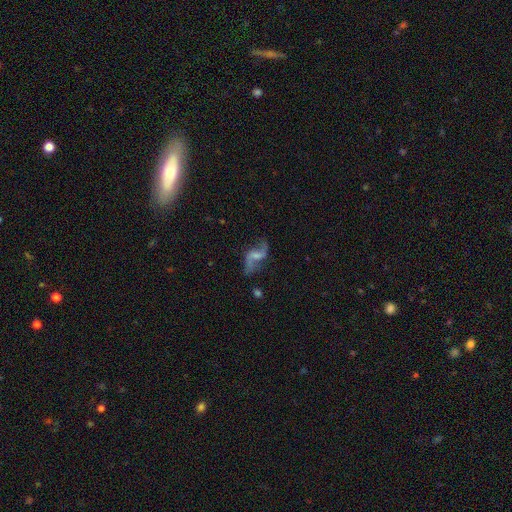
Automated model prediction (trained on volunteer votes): Overall: featured or disk (79%). Edge-on disk: no (96%). Bar: weak (48%; no 29%). Spiral arms: yes (91%). Spiral arm count: 2 (91%). Spiral winding: loose (85%). Bulge size: none (43%; small 32%). Merging: none (61%).